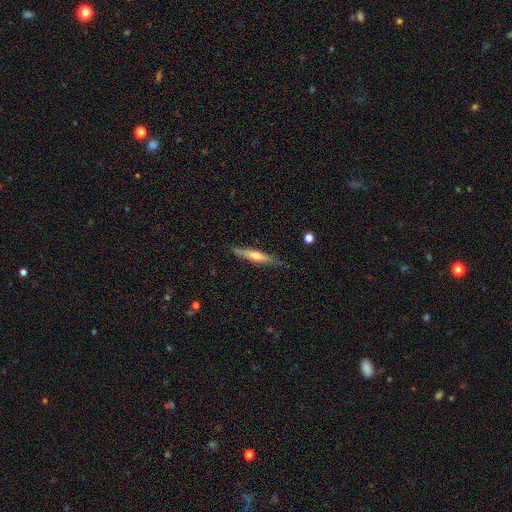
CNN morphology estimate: featured or disk 50%, smooth 44%, star or artifact 6%. Down the decision tree: edge-on disk — yes (91%); merging — none (81%).